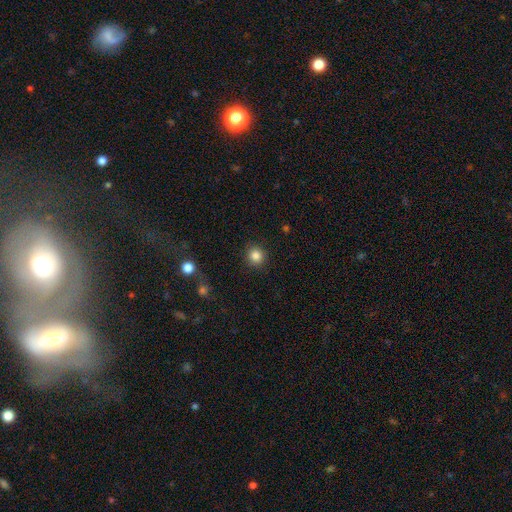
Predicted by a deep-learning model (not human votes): This is clearly a smooth galaxy (85%). How rounded: clearly round (92%). Merging: clearly none (90%).